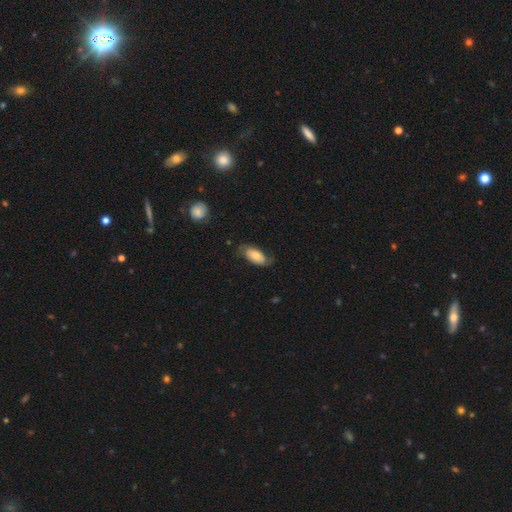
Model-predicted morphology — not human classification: type=smooth (63%); roundness=in between (91%); merging=none (63%).